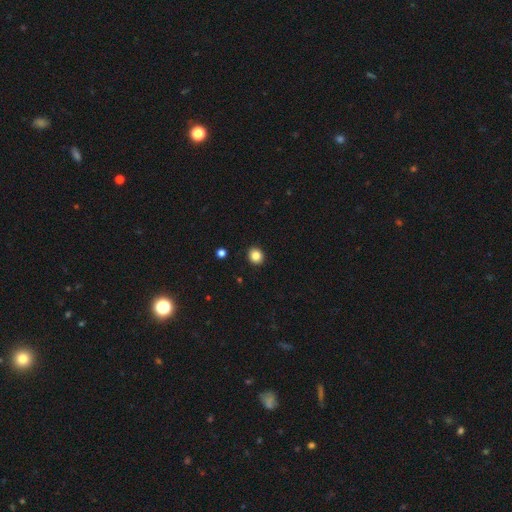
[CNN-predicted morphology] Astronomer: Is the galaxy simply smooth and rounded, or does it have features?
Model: smooth — 85%.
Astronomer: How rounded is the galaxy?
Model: round — 83%.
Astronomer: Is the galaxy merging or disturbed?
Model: none — 92%.